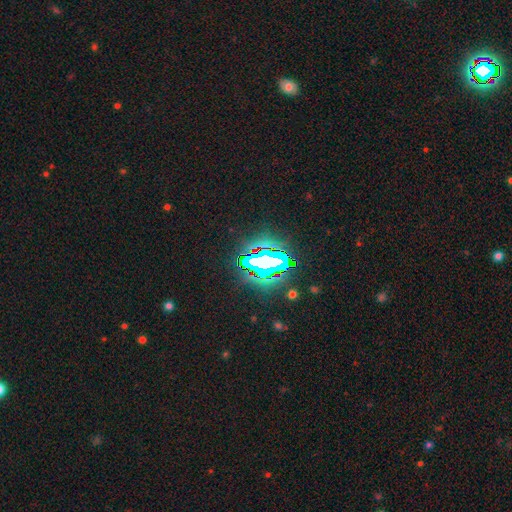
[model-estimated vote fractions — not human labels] smooth-or-featured: star or artifact: 70% | smooth: 16% | featured or disk: 14%